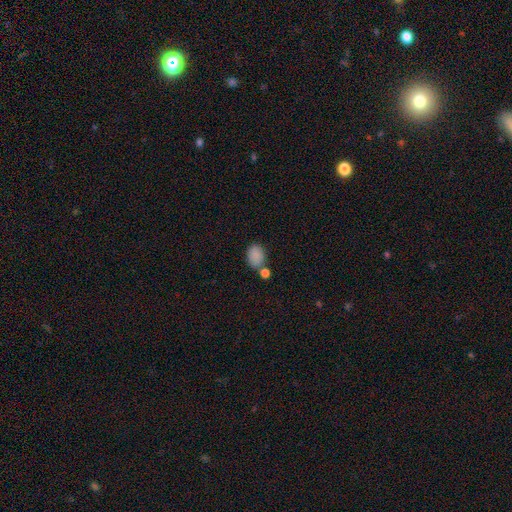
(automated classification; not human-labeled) smooth_or_featured: smooth (p=0.86) [alt: star or artifact p=0.09]
how_rounded: in between (p=0.75) [alt: round p=0.24]
merging: none (p=0.62) [alt: merger p=0.19]